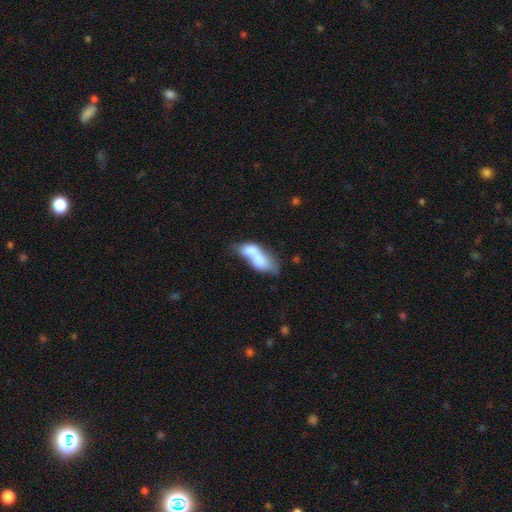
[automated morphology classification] smooth 66%, featured or disk 26%, star or artifact 7%. Down the decision tree: how rounded — in between (76%); merging — merger (69%).